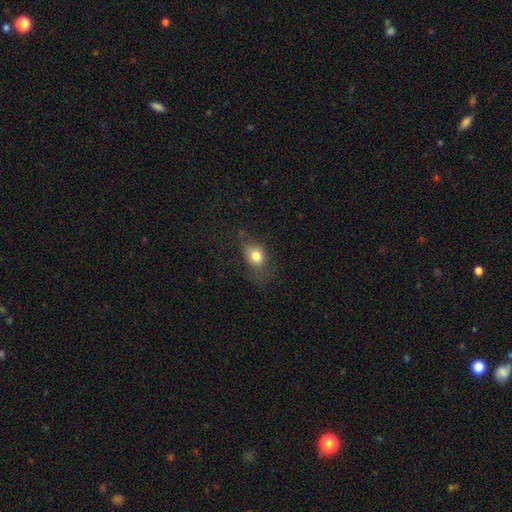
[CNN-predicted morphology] Smooth or featured? Predicted: smooth (p=0.79). How rounded? Predicted: in between (p=0.69). Merging? Predicted: none (p=0.55).